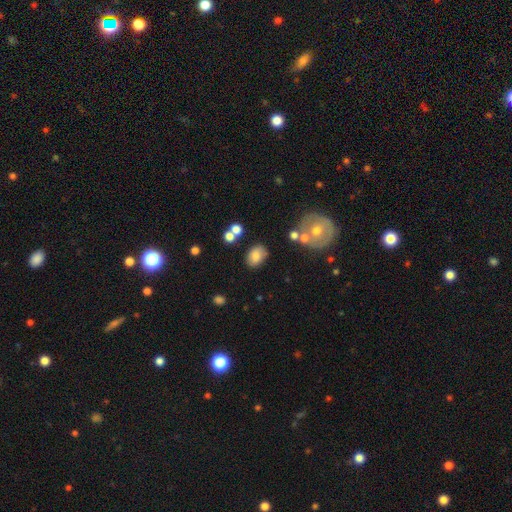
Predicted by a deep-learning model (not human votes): The model was most divided on "how rounded": in between: 71%, round: 28%, cigar-shaped: 1%. More confident: smooth or featured — smooth (77%); merging — none (74%).